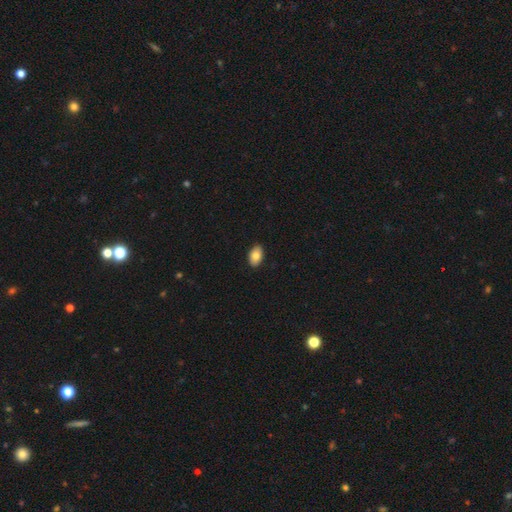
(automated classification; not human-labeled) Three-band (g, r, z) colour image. It shows a smooth galaxy with no disk features (82%) that is in between round and cigar-shaped (93%). Merging: none (90%).